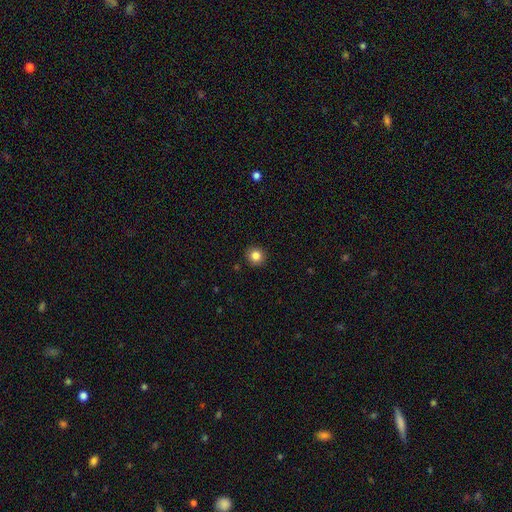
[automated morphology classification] smooth 84%, star or artifact 11%, featured or disk 6%. Down the decision tree: how rounded — round (90%); merging — none (91%).